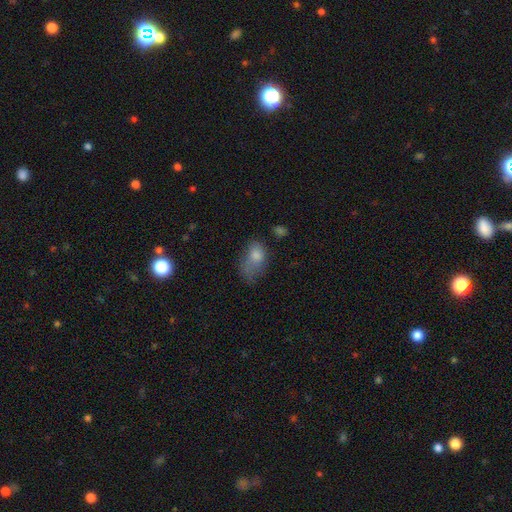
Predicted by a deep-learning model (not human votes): This appears to be a smooth galaxy with no disk features (70%) that is in between round and cigar-shaped (82%). Merging: major disturbance (36%).